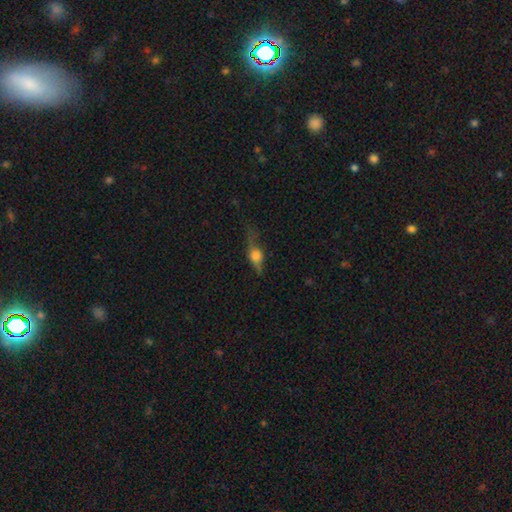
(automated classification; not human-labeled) smooth-or-featured: featured or disk: 52% | smooth: 37% | star or artifact: 11%
  disk-edge-on: yes: 88% | no: 12%
  merging: none: 57% | minor disturbance: 25% | major disturbance: 16% | merger: 2%